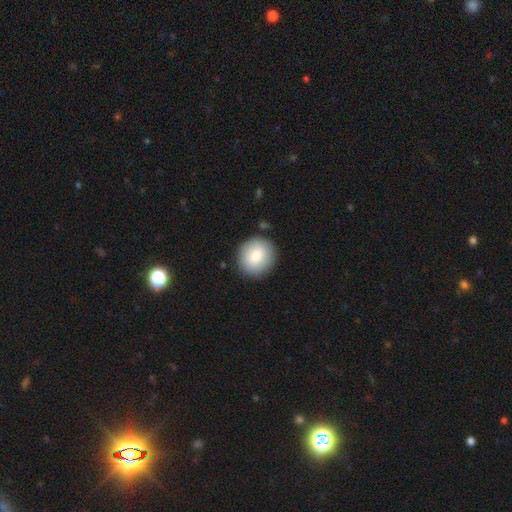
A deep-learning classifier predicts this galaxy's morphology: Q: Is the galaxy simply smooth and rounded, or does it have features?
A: smooth — 81%.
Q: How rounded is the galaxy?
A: round — 89%.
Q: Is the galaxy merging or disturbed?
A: none — 88%.